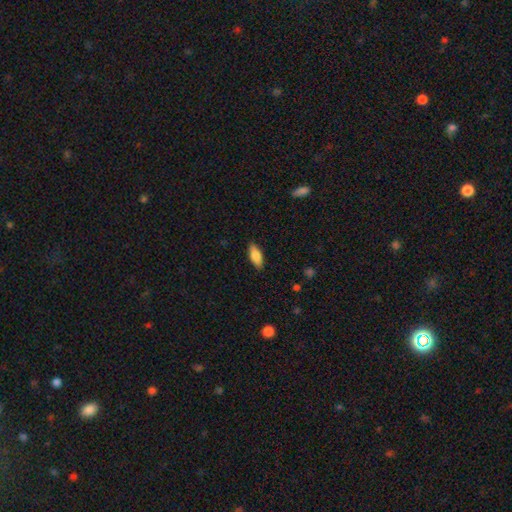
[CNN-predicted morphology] Smooth or featured?
  - smooth: 80% *
  - featured or disk: 14%
  - star or artifact: 6%
How rounded?
  - in between: 73% *
  - cigar-shaped: 25%
  - round: 2%
Merging?
  - none: 87% *
  - minor disturbance: 10%
  - major disturbance: 2%
  - merger: 1%